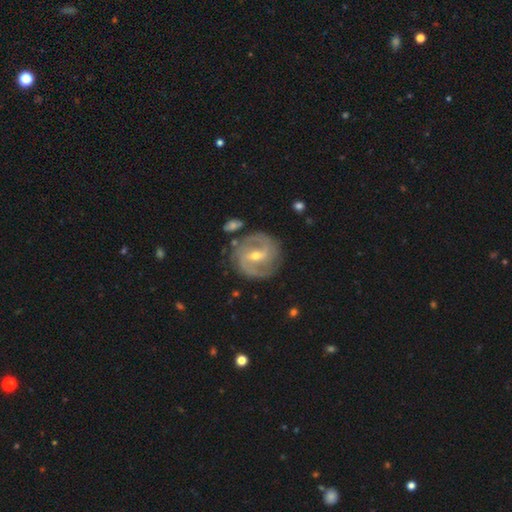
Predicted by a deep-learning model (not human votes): smooth-or-featured: featured or disk: 86% | smooth: 8% | star or artifact: 5%
  disk-edge-on: no: 97% | yes: 3%
    bar: weak: 44% | strong: 38% | no: 18%
    has-spiral-arms: yes: 94% | no: 6%
      spiral-winding: medium: 47% | tight: 39% | loose: 14%
      spiral-arm-count: 2: 81% | can't tell: 7% | 3: 7% | 1: 2% | 4: 2% | more than 4: 2%
    bulge-size: small: 49% (tied) | moderate: 49% (tied) | large: 1% | none: 1% | dominant: 1%
  merging: none: 81% | minor disturbance: 12% | major disturbance: 4% | merger: 3%